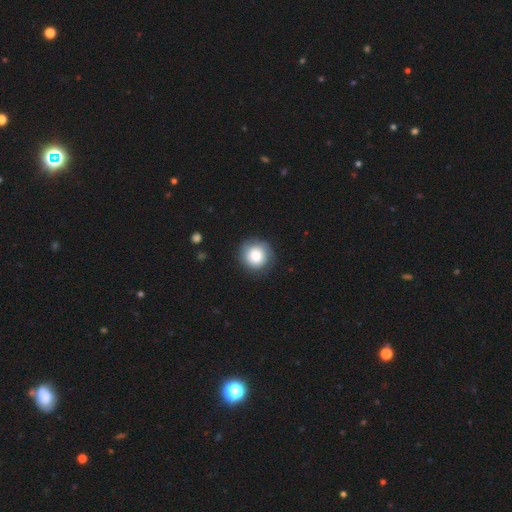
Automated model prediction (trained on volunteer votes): This is likely a smooth galaxy (78%). How rounded: clearly round (93%). Merging: clearly none (83%).